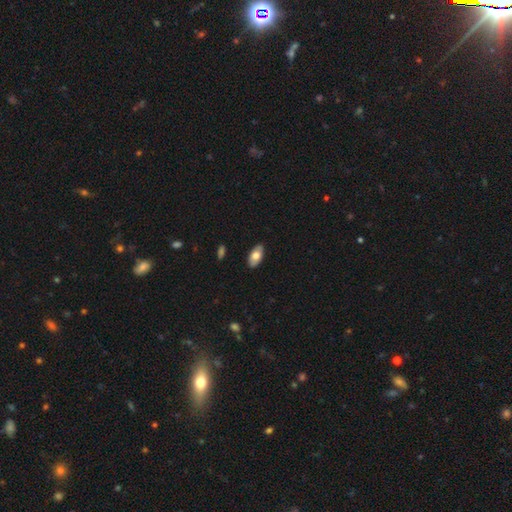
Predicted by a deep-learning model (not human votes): smooth-or-featured: smooth: 70% | featured or disk: 24% | star or artifact: 6%
  how-rounded: in between: 94% | cigar-shaped: 4% | round: 3%
  merging: none: 87% | minor disturbance: 10% | major disturbance: 2% | merger: 1%